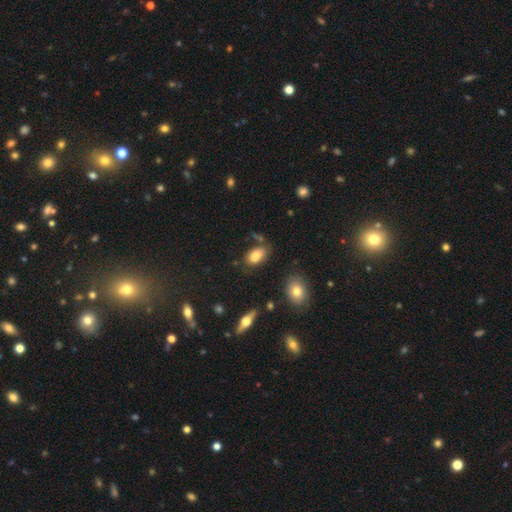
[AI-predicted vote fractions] Smooth or featured? Predicted: smooth (p=0.82). How rounded? Predicted: in between (p=0.92). Merging? Predicted: none (p=0.65).